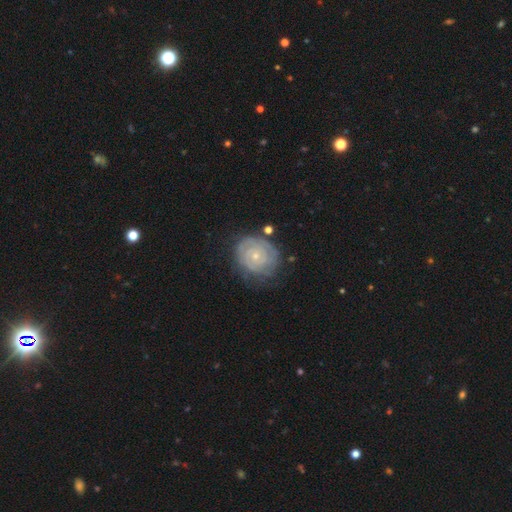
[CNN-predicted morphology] smooth-or-featured: featured or disk: 80% | smooth: 14% | star or artifact: 6%
  disk-edge-on: no: 98% | yes: 2%
    bar: no: 78% | weak: 18% | strong: 4%
    has-spiral-arms: yes: 92% | no: 8%
      spiral-winding: tight: 82% | medium: 14% | loose: 4%
      spiral-arm-count: can't tell: 36% | 2: 31% | 3: 16% | 4: 8% | 1: 5% | more than 4: 5%
    bulge-size: small: 74% | moderate: 23% | none: 2% | large: 1% | dominant: 1%
  merging: none: 72% | minor disturbance: 19% | major disturbance: 7% | merger: 3%